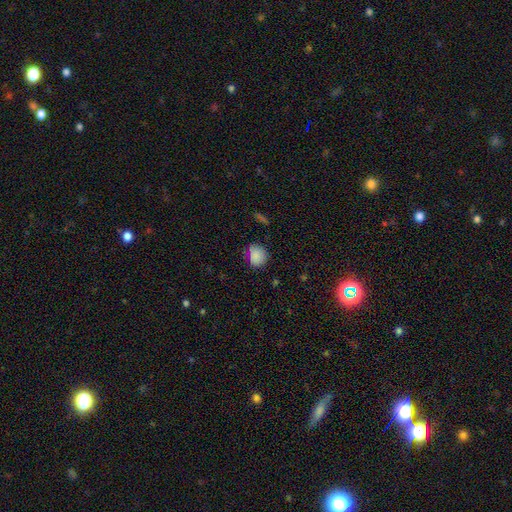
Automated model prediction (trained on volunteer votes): Smooth or featured: smooth — 84% (star or artifact — 11%)
How rounded: round — 79% (in between — 20%)
Merging: none — 75% (minor disturbance — 19%)